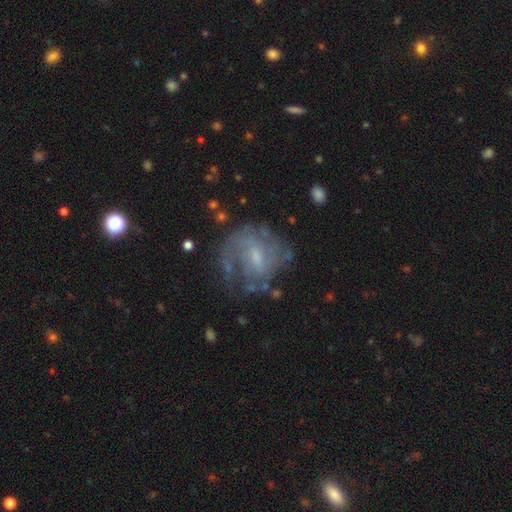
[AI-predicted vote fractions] smooth_or_featured: featured or disk (p=0.77) [alt: smooth p=0.15]
disk_edge_on: no (p=0.97) [alt: yes p=0.03]
bar: weak (p=0.56) [alt: no p=0.32]
has_spiral_arms: yes (p=0.86) [alt: no p=0.14]
spiral_winding: medium (p=0.41) [alt: tight p=0.40]
spiral_arm_count: can't tell (p=0.37) [alt: 2 p=0.26]
bulge_size: small (p=0.46) [alt: moderate p=0.35]
merging: none (p=0.62) [alt: minor disturbance p=0.19]